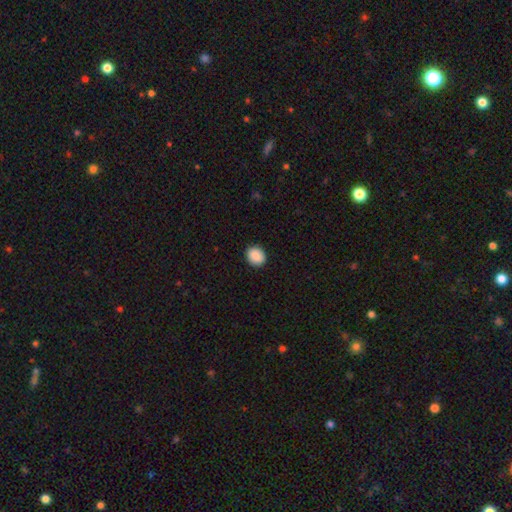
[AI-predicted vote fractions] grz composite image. It shows a smooth galaxy with no disk features (89%) that is round (65%). Merging: none (91%).